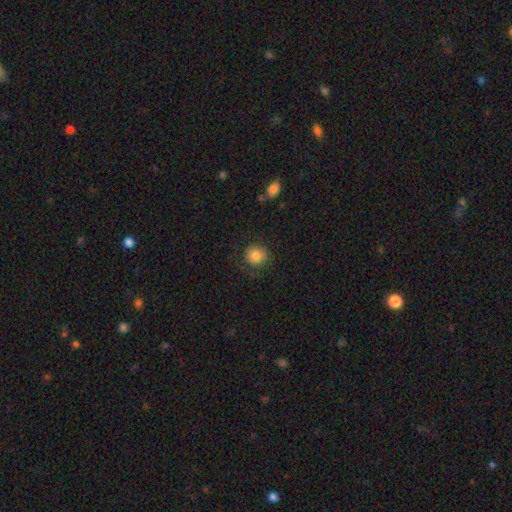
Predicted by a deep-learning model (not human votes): A smooth galaxy with no disk features (83%) that is round (89%). Merging: none (82%).